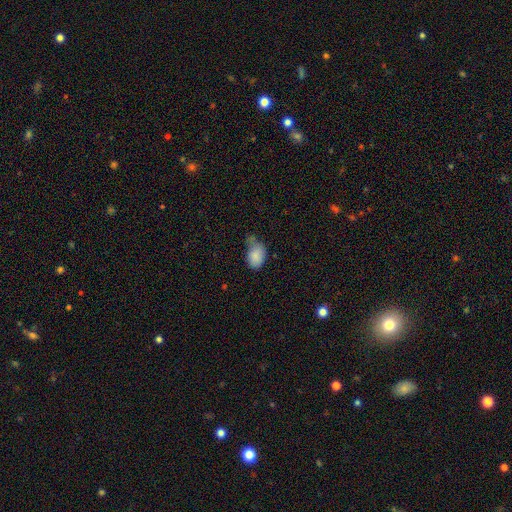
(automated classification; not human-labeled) A smooth galaxy with no disk features (85%) that is in between round and cigar-shaped (85%).

Vote fractions:
- Smooth or featured? smooth: 85% / star or artifact: 8% / featured or disk: 8%
- How rounded? in between: 85% / round: 14% / cigar-shaped: 1%
- Merging? none: 42% / minor disturbance: 35% / major disturbance: 12% / merger: 11%